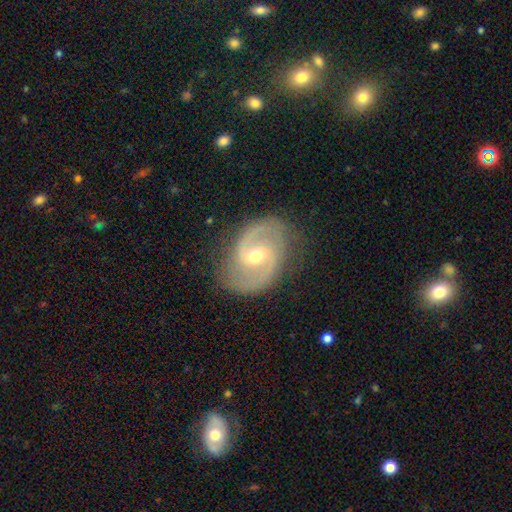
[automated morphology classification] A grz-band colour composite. It shows a featured or disk galaxy (90%) with a weak bar (55%), 2 (92%) medium (58%) spiral arms (97%) and a moderate central bulge (52%). Merging: none (81%).